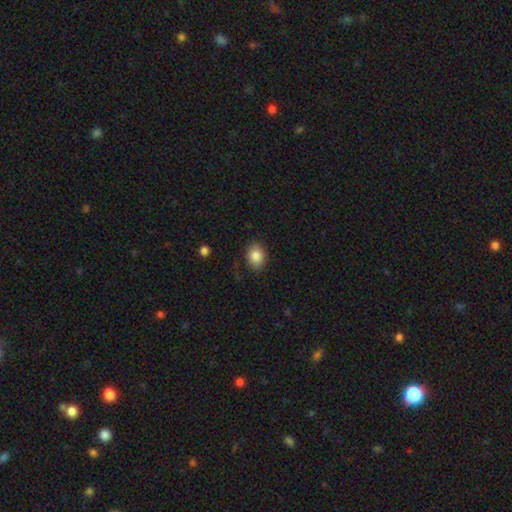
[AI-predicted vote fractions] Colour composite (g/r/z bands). It shows a smooth galaxy with no disk features (84%) that is in between round and cigar-shaped (60%). Merging: none (82%).